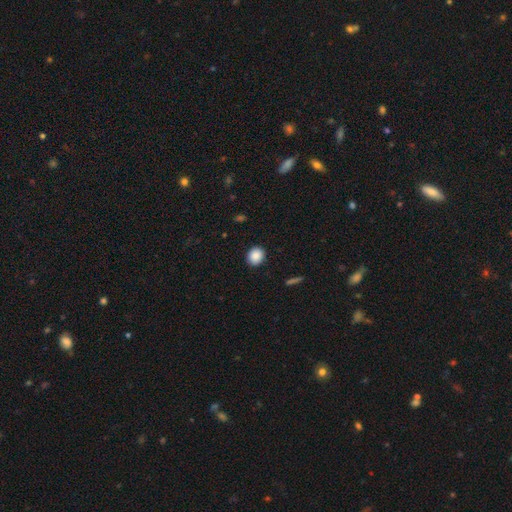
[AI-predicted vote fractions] Overall: smooth (88%). How rounded: round (77%). Merging: none (91%).